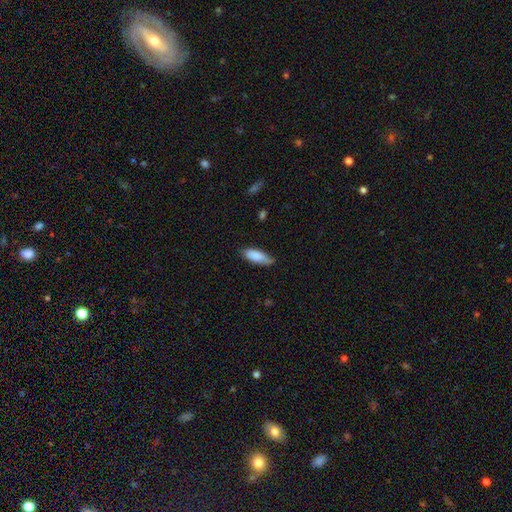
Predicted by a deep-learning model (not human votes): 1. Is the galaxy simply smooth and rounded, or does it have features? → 86% smooth, 8% featured or disk, 6% star or artifact.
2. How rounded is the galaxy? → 65% in between, 34% cigar-shaped, 2% round.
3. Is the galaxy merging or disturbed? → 63% none, 30% minor disturbance, 5% major disturbance, 2% merger.